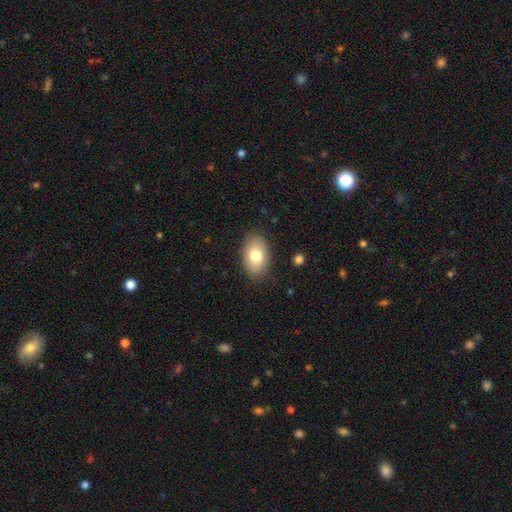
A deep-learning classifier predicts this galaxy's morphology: This appears to be a smooth galaxy with no disk features (78%) that is in between round and cigar-shaped (91%). Merging: none (86%).